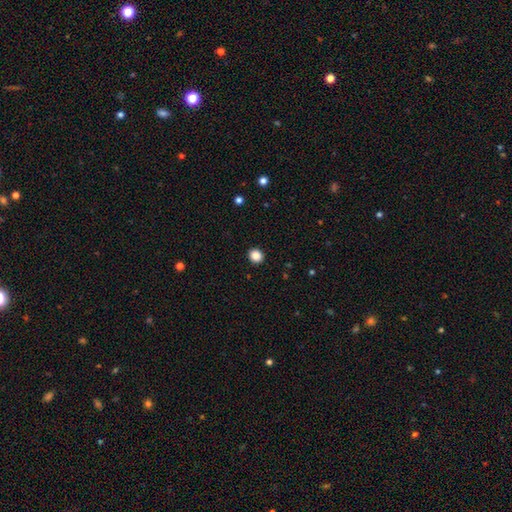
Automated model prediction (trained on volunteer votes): This is clearly a smooth galaxy (87%). How rounded: clearly round (84%). Merging: clearly none (92%).